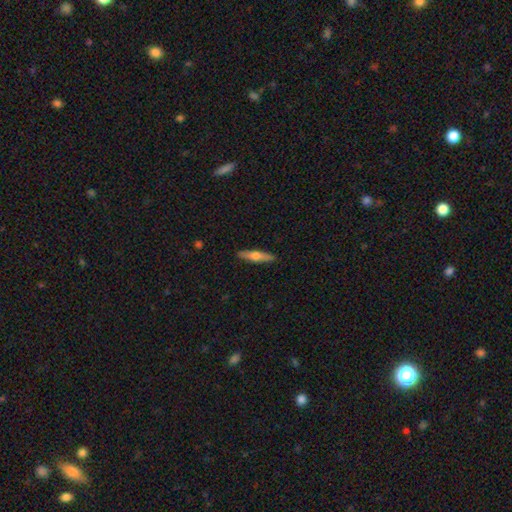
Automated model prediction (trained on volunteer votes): A smooth galaxy with no disk features (53%) that is cigar-shaped (80%). Merging: none (91%).